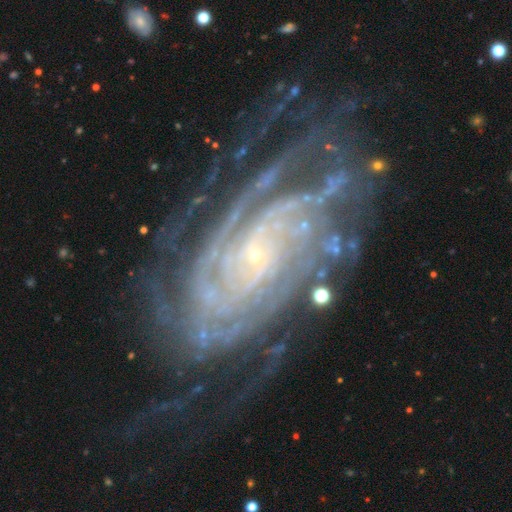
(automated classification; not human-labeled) smooth_or_featured: featured or disk (p=0.91) [alt: star or artifact p=0.06]
disk_edge_on: no (p=0.96) [alt: yes p=0.04]
bar: no (p=0.66) [alt: weak p=0.23]
has_spiral_arms: yes (p=0.98) [alt: no p=0.02]
spiral_winding: tight (p=0.74) [alt: medium p=0.22]
spiral_arm_count: can't tell (p=0.22) [alt: more than 4 p=0.20]
bulge_size: small (p=0.86) [alt: moderate p=0.08]
merging: none (p=0.68) [alt: minor disturbance p=0.19]